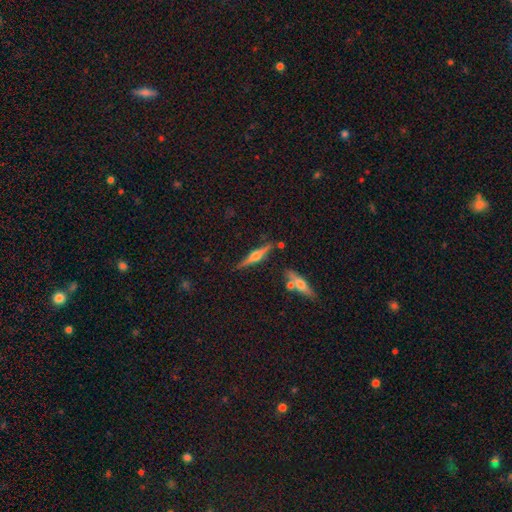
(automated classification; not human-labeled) Overall: featured or disk (75%). Edge-on disk: yes (98%). Edge-on bulge: rounded (92%). Merging: none (82%).